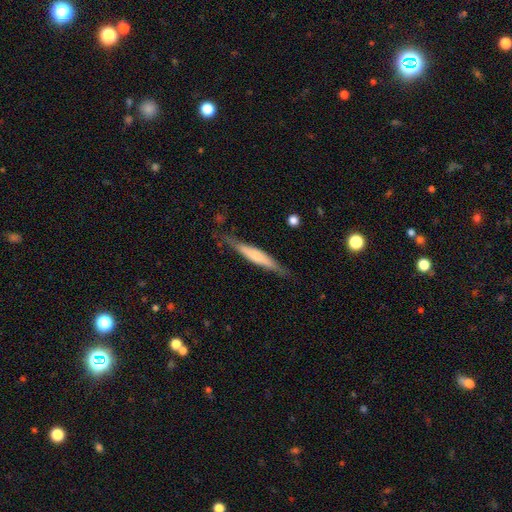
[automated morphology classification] smooth 50%, featured or disk 44%, star or artifact 6%. Down the decision tree: merging — none (81%).